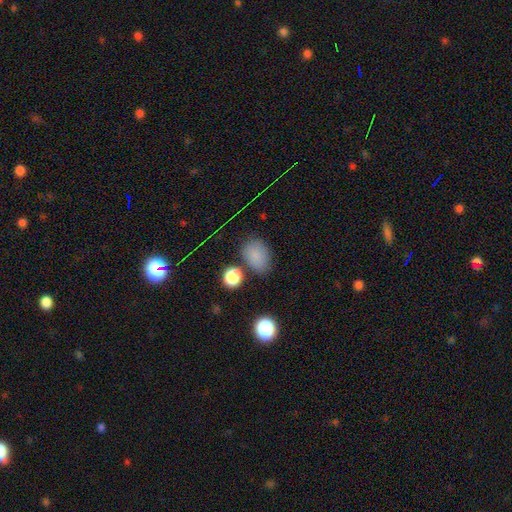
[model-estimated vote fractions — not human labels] smooth_or_featured: smooth (p=0.79) [alt: star or artifact p=0.15]
how_rounded: in between (p=0.77) [alt: round p=0.21]
merging: none (p=0.72) [alt: minor disturbance p=0.16]